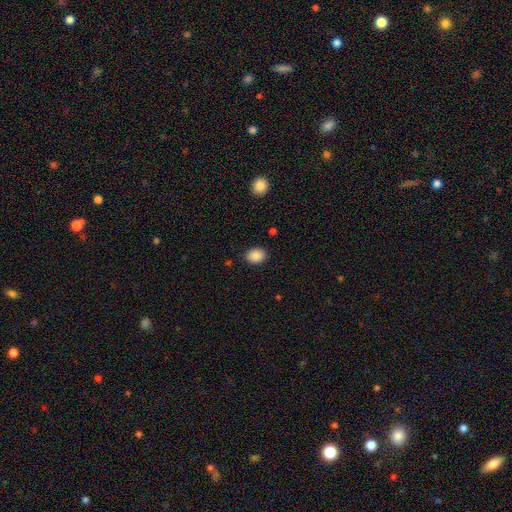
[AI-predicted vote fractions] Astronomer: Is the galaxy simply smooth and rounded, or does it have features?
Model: smooth — 88%.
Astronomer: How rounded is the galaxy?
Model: in between — 64%.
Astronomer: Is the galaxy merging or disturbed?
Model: none — 87%.